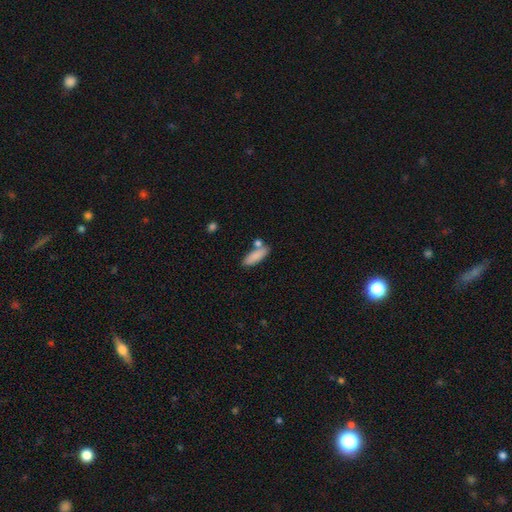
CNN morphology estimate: A smooth galaxy with no disk features (86%) that is in between round and cigar-shaped (61%). Merging: none (67%).